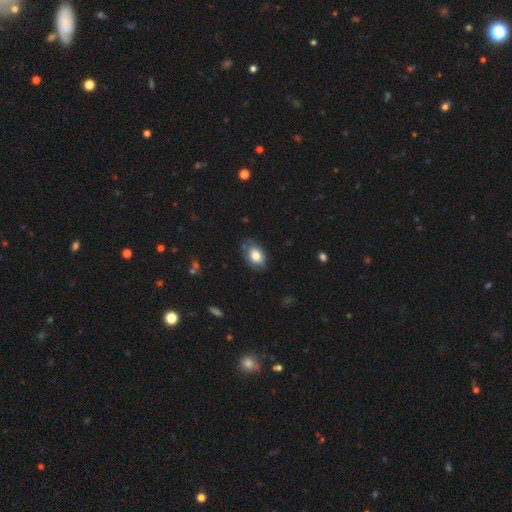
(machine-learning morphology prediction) smooth 80%, featured or disk 12%, star or artifact 8%. Down the decision tree: how rounded — in between (82%); merging — none (68%).